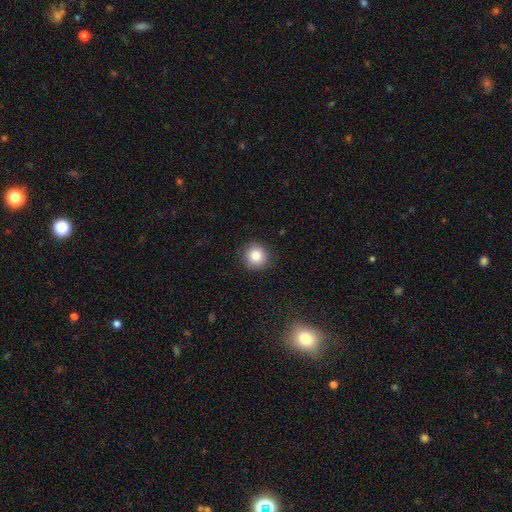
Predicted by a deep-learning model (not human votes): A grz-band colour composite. It shows a smooth galaxy with no disk features (84%) that is round (92%). Merging: none (89%).